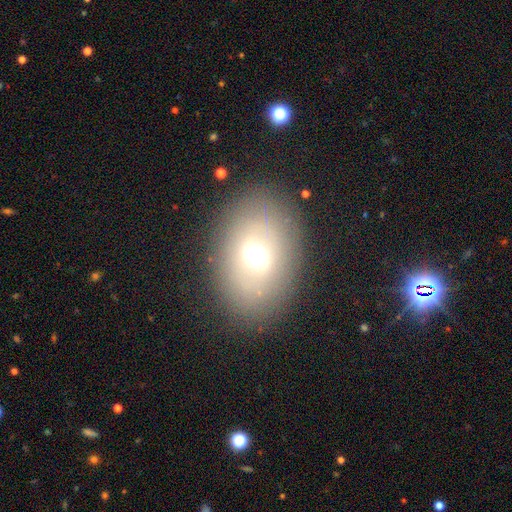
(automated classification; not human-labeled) Morphology: type=smooth (48%); merging=none (80%).